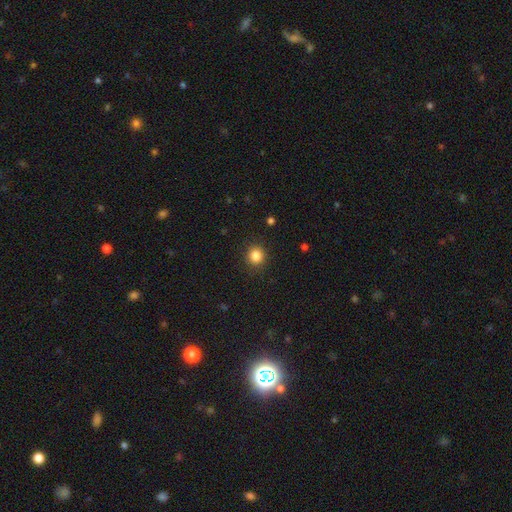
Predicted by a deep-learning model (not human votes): A smooth galaxy with no disk features (85%) that is round (92%).

Vote fractions:
- Smooth or featured? smooth: 85% / star or artifact: 11% / featured or disk: 4%
- How rounded? round: 92% / in between: 7% / cigar-shaped: 1%
- Merging? none: 91% / minor disturbance: 6% / major disturbance: 2% / merger: 1%